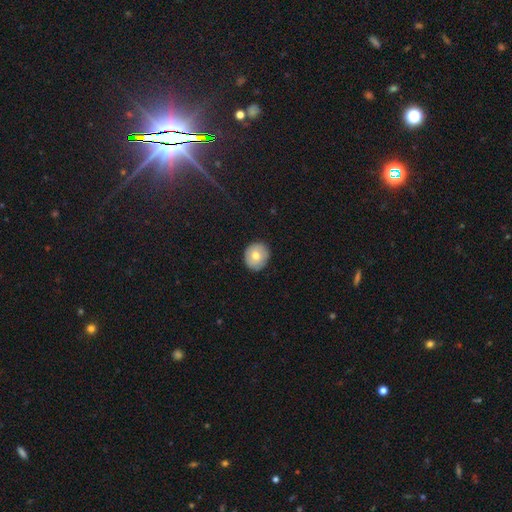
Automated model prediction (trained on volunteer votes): Smooth or featured? Predicted: smooth (p=0.72). How rounded? Predicted: round (p=0.84). Merging? Predicted: none (p=0.88).